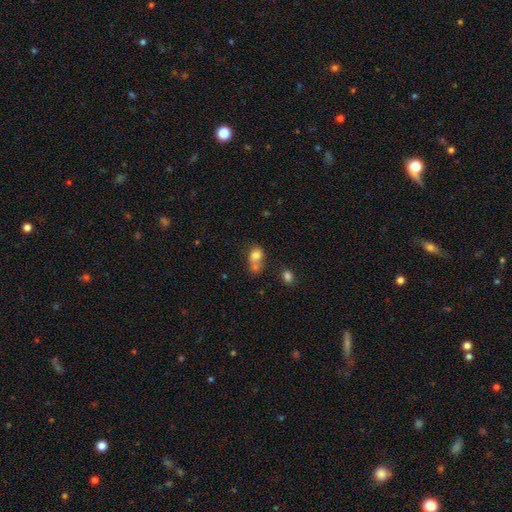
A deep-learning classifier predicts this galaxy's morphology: This appears to be a smooth galaxy with no disk features (76%) that is in between round and cigar-shaped (50%). Merging: merger (54%).